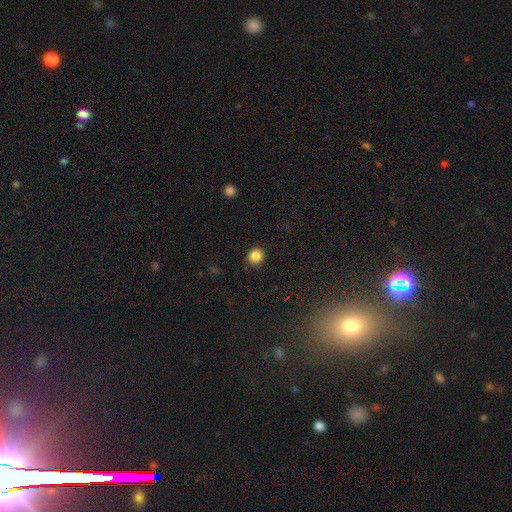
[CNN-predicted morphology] This appears to be a smooth galaxy with no disk features (85%) that is round (86%). Merging: none (91%).